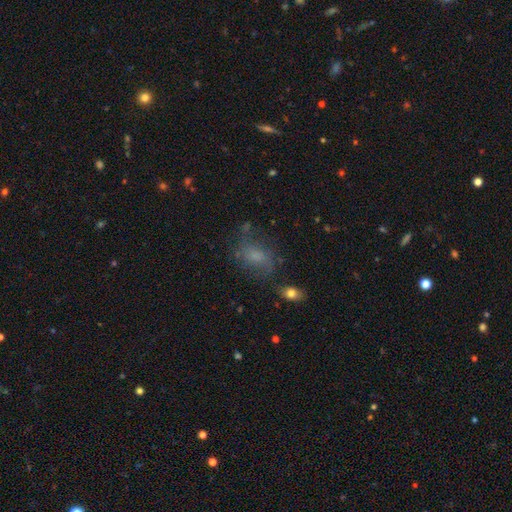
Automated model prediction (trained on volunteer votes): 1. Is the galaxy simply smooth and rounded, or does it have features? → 55% smooth, 29% featured or disk, 17% star or artifact.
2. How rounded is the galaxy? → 73% in between, 25% round, 3% cigar-shaped.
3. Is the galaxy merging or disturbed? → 55% none, 23% minor disturbance, 18% major disturbance, 4% merger.